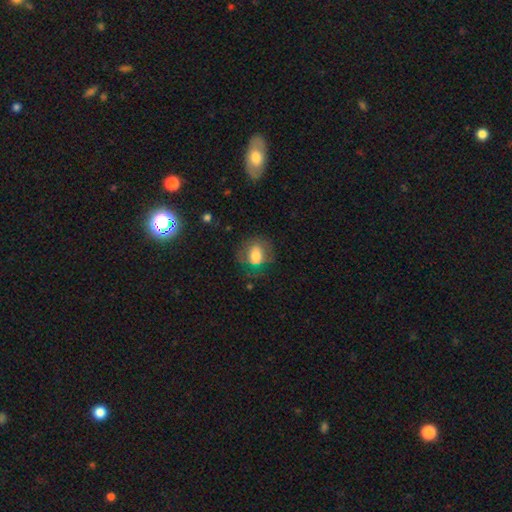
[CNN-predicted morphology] Overall: smooth (72%). How rounded: round (54%; in between 45%). Merging: none (62%).